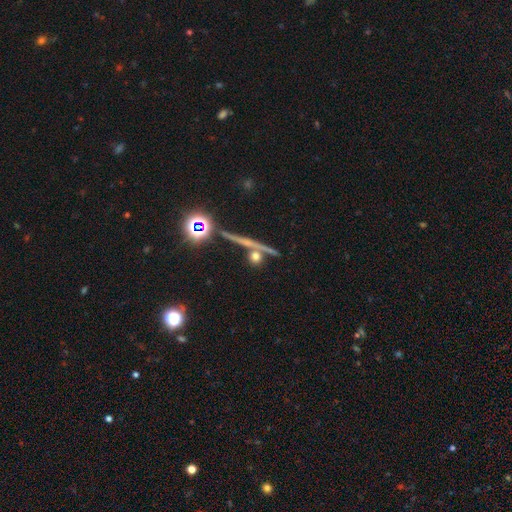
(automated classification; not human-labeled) smooth-or-featured: smooth: 52% | featured or disk: 25% | star or artifact: 24%
  how-rounded: round: 68% | cigar-shaped: 21% | in between: 11%
  merging: none: 70% | merger: 17% | minor disturbance: 8% | major disturbance: 4%